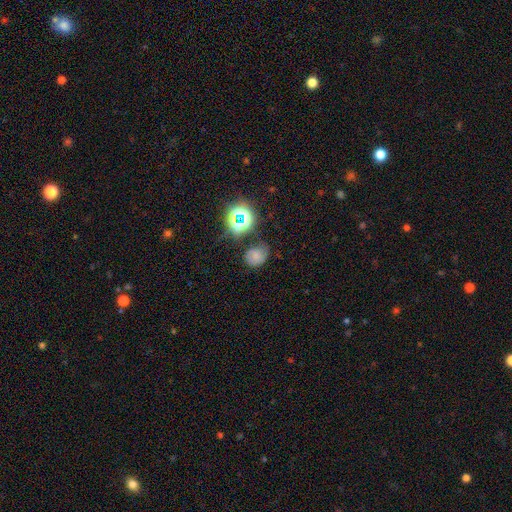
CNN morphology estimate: smooth-or-featured: smooth: 54% | star or artifact: 23% | featured or disk: 23%
  how-rounded: round: 55% | in between: 44% | cigar-shaped: 1%
  merging: none: 58% | minor disturbance: 26% | major disturbance: 11% | merger: 5%